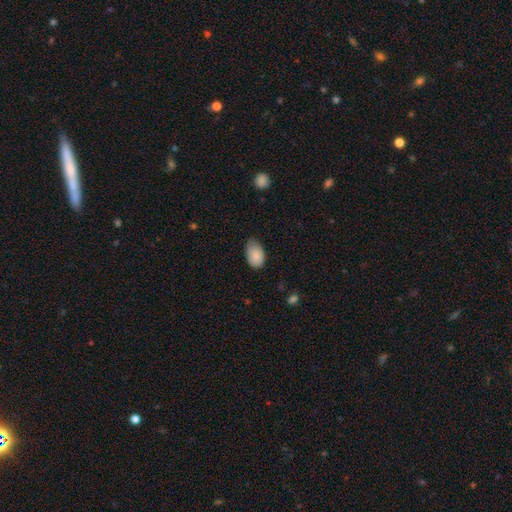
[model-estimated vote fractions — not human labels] Morphology: type=smooth (87%); roundness=in between (91%); merging=none (55%).